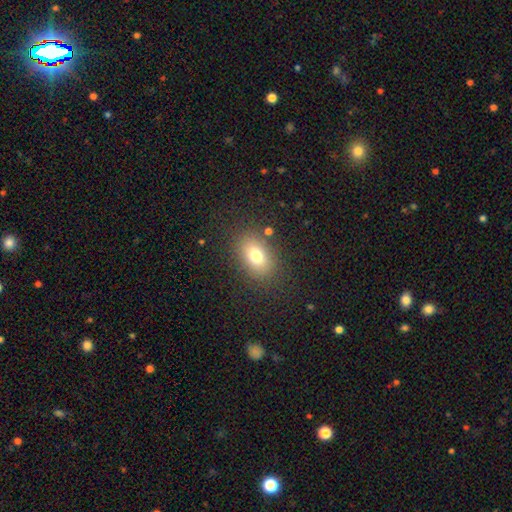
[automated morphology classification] smooth_or_featured: smooth (p=0.75) [alt: star or artifact p=0.12]
how_rounded: in between (p=0.76) [alt: round p=0.23]
merging: none (p=0.84) [alt: minor disturbance p=0.10]